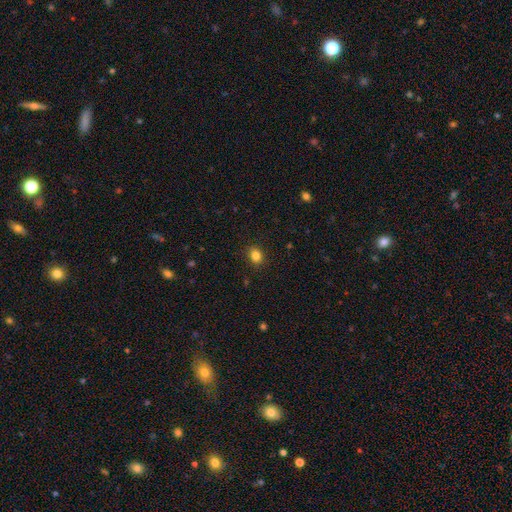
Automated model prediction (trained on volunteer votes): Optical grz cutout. It shows a smooth galaxy with no disk features (84%) that is round (52%). Merging: none (89%).